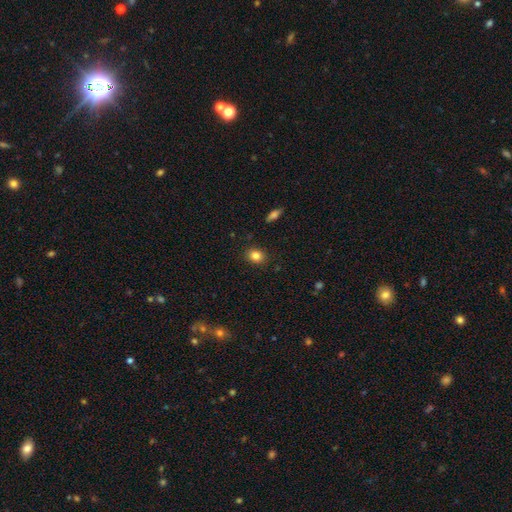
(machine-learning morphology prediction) smooth 84%, star or artifact 10%, featured or disk 6%. Down the decision tree: how rounded — round (51%); merging — none (88%).